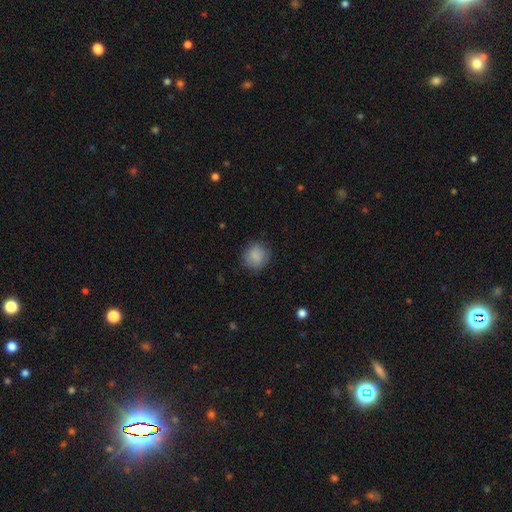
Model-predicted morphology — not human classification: Q: Smooth or featured?
A: smooth (86%); runner-up: star or artifact (8%)
Q: How rounded?
A: round (85%); runner-up: in between (14%)
Q: Merging?
A: none (84%); runner-up: minor disturbance (12%)